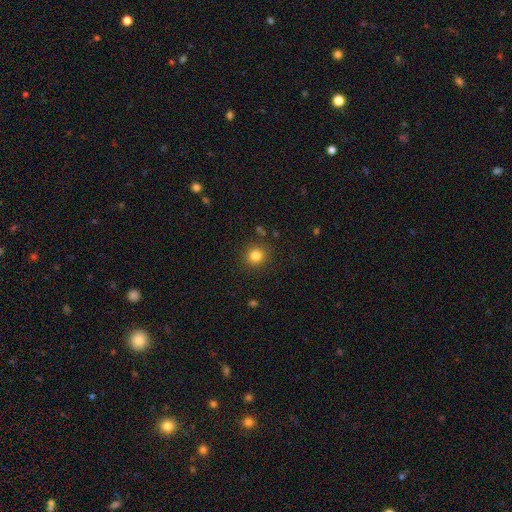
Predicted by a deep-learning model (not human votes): Smooth or featured? Predicted: smooth (p=0.83). How rounded? Predicted: round (p=0.90). Merging? Predicted: none (p=0.88).